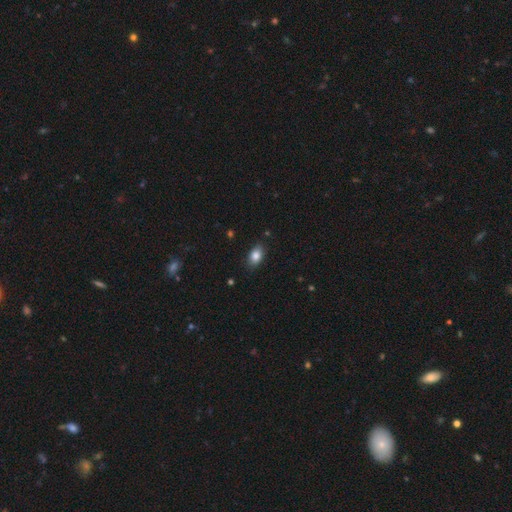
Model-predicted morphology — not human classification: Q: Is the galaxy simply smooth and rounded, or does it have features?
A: smooth — 83%.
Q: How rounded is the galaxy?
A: in between — 88%.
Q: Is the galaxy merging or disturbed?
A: none — 85%.